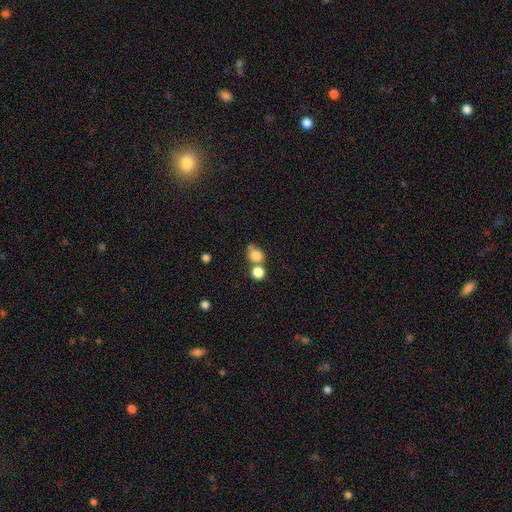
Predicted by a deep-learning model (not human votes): Smooth or featured?
  - smooth: 81% *
  - star or artifact: 11%
  - featured or disk: 8%
How rounded?
  - round: 73% *
  - in between: 26%
  - cigar-shaped: 1%
Merging?
  - none: 49% *
  - merger: 35%
  - minor disturbance: 11%
  - major disturbance: 5%